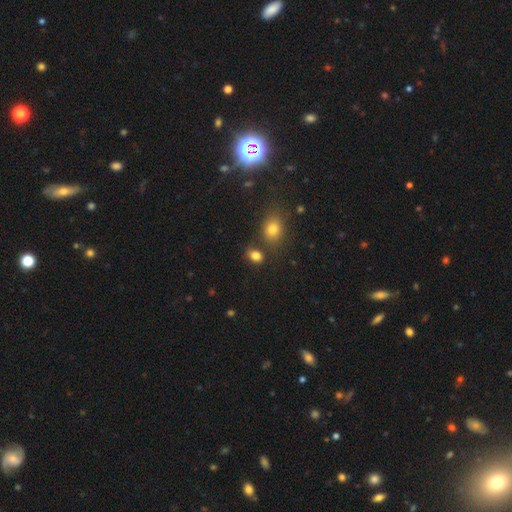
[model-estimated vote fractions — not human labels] Morphology: type=smooth (82%); roundness=in between (65%); merging=none (68%).